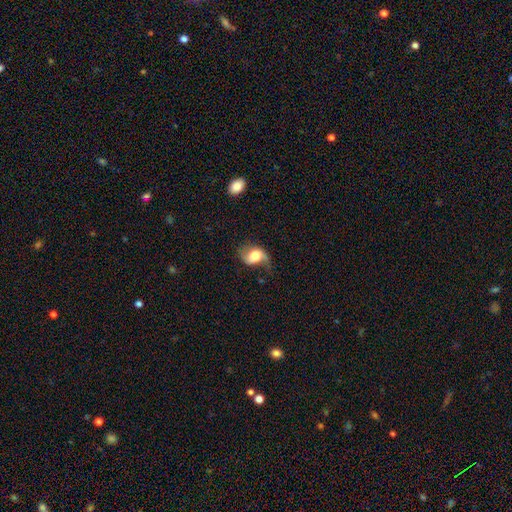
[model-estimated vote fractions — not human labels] smooth-or-featured: smooth: 52% | featured or disk: 40% | star or artifact: 8%
  how-rounded: in between: 67% | round: 32% | cigar-shaped: 2%
  merging: none: 38% | minor disturbance: 31% | major disturbance: 29% | merger: 3%